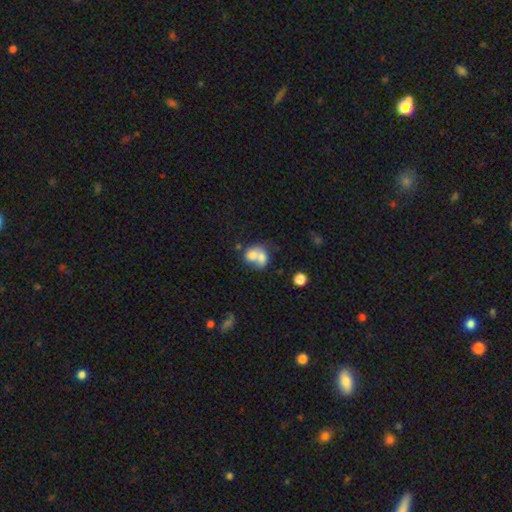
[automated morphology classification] smooth_or_featured: smooth (p=0.67) [alt: featured or disk p=0.23]
how_rounded: round (p=0.52) [alt: in between p=0.47]
merging: merger (p=0.72) [alt: none p=0.16]